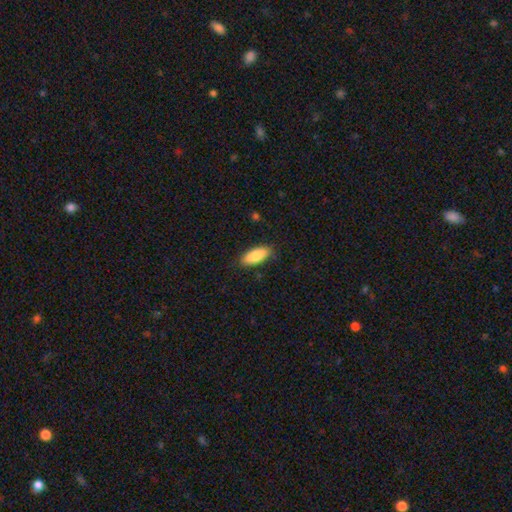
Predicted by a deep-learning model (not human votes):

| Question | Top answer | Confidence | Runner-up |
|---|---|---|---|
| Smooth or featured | smooth | 84% | featured or disk (10%) |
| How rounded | in between | 82% | cigar-shaped (16%) |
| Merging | none | 85% | minor disturbance (12%) |